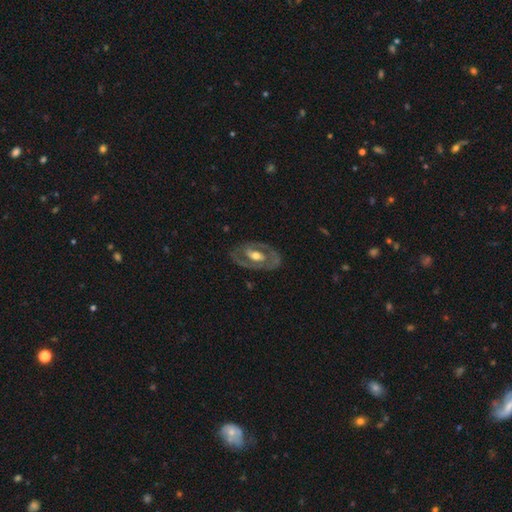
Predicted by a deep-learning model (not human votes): smooth-or-featured: featured or disk: 79% | smooth: 16% | star or artifact: 5%
  disk-edge-on: no: 94% | yes: 6%
    bar: no: 40% | weak: 35% | strong: 25%
    has-spiral-arms: yes: 68% | no: 32%
      spiral-winding: tight: 44% | medium: 42% | loose: 14%
      spiral-arm-count: 2: 78% | can't tell: 11% | 1: 7% | 3: 2% | 4: 1% | more than 4: 1%
    bulge-size: moderate: 69% | large: 16% | small: 13% | none: 1% | dominant: 1%
  merging: none: 78% | minor disturbance: 14% | major disturbance: 7% | merger: 1%